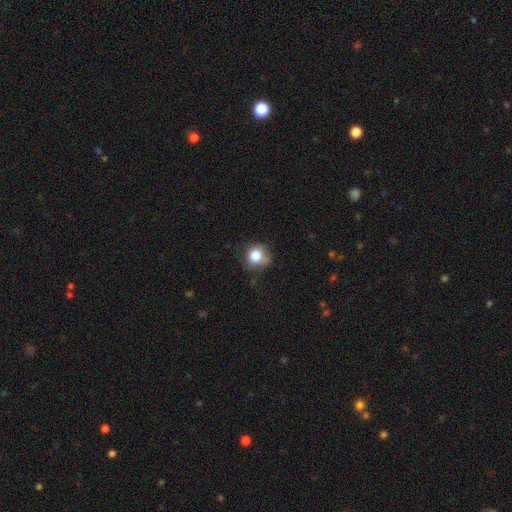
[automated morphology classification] smooth 82%, star or artifact 11%, featured or disk 7%. Down the decision tree: how rounded — round (85%); merging — none (63%).